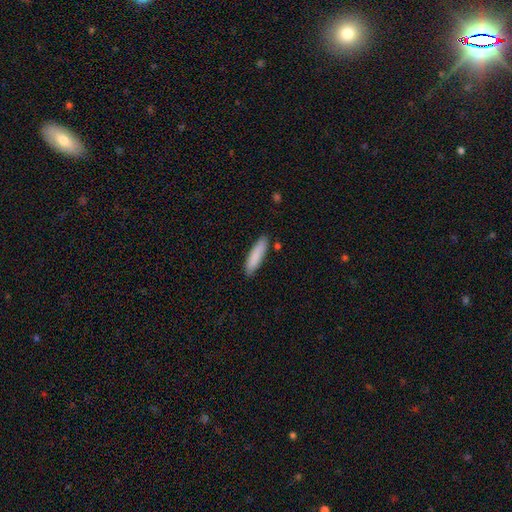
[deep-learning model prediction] smooth 86%, featured or disk 8%, star or artifact 6%. Down the decision tree: how rounded — cigar-shaped (74%); merging — none (86%).